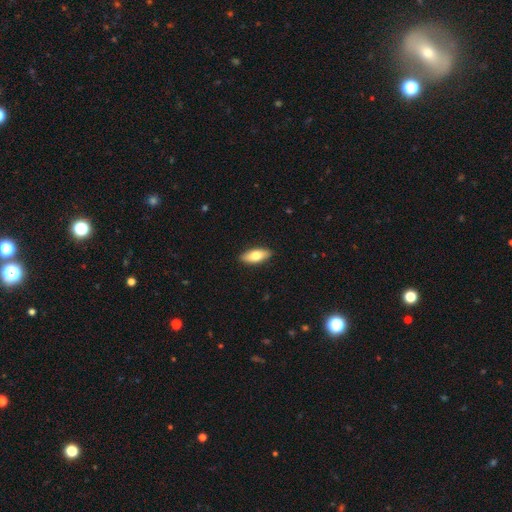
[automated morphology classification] smooth-or-featured: smooth: 72% | featured or disk: 22% | star or artifact: 6%
  how-rounded: in between: 79% | cigar-shaped: 18% | round: 3%
  merging: none: 90% | minor disturbance: 7% | major disturbance: 2% | merger: 1%